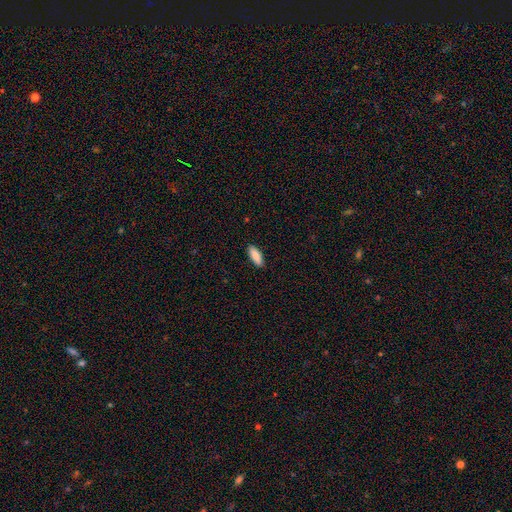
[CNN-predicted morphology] This is clearly a smooth galaxy (87%). How rounded: likely in between (72%). Merging: clearly none (89%).